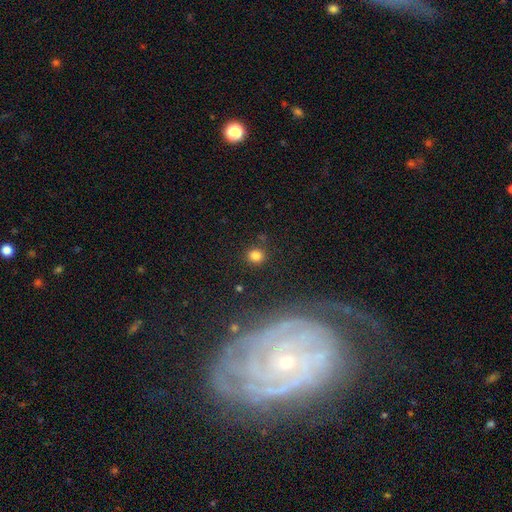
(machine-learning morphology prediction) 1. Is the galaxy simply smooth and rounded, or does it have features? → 81% smooth, 14% star or artifact, 5% featured or disk.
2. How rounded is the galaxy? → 85% round, 14% in between, 1% cigar-shaped.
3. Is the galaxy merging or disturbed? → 87% none, 8% minor disturbance, 3% merger, 3% major disturbance.